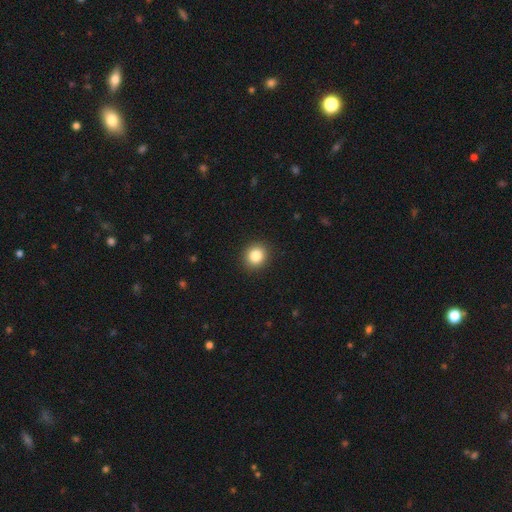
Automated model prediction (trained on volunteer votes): This appears to be a smooth galaxy with no disk features (85%) that is round (84%). Merging: none (92%).